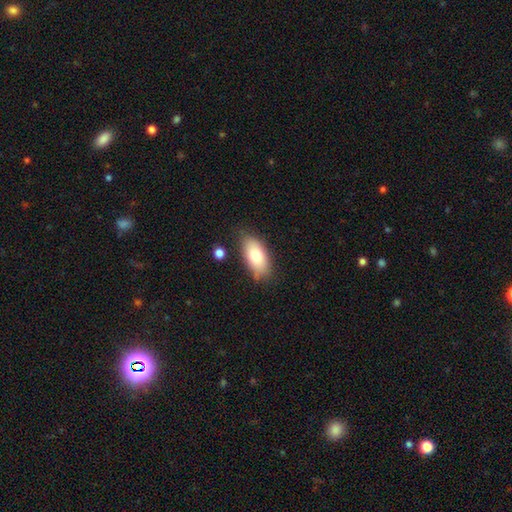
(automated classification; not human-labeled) Smooth or featured?
  - smooth: 78% *
  - featured or disk: 15%
  - star or artifact: 7%
How rounded?
  - in between: 91% *
  - cigar-shaped: 6%
  - round: 4%
Merging?
  - none: 77% *
  - minor disturbance: 16%
  - major disturbance: 3%
  - merger: 3%